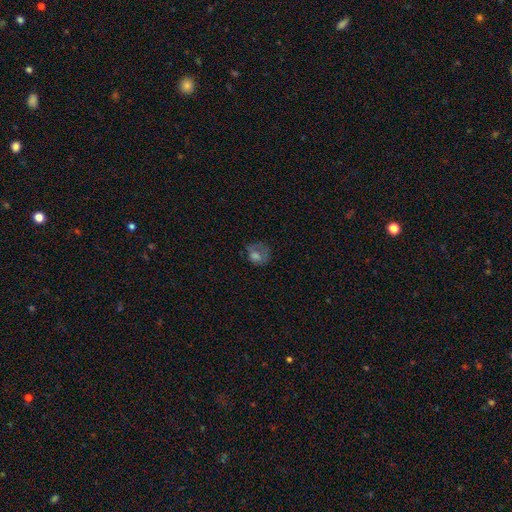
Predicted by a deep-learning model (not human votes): This is possibly a smooth galaxy (58%). How rounded: likely round (61%). Merging: marginally none (39%).